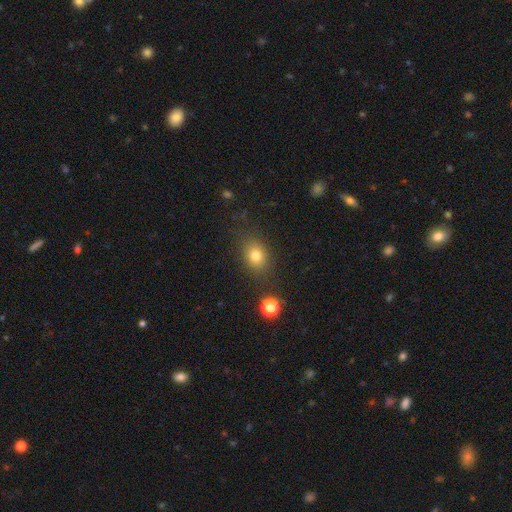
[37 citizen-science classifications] smooth 81%, featured or disk 11%, star or artifact 8%. Down the decision tree: how rounded — in between (57%); merging — none (76%).